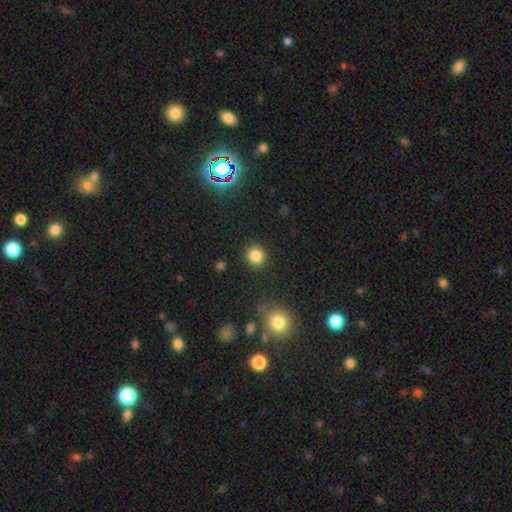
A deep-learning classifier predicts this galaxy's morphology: A smooth galaxy with no disk features (85%) that is round (84%).

Vote fractions:
- Smooth or featured? smooth: 85% / star or artifact: 11% / featured or disk: 4%
- How rounded? round: 84% / in between: 15% / cigar-shaped: 1%
- Merging? none: 89% / minor disturbance: 7% / major disturbance: 3% / merger: 2%